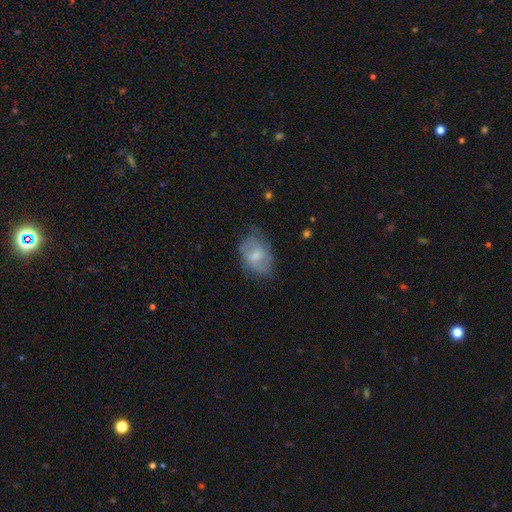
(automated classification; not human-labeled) A smooth galaxy with no disk features (59%) that is in between round and cigar-shaped (83%).

Vote fractions:
- Smooth or featured? smooth: 59% / featured or disk: 34% / star or artifact: 7%
- How rounded? in between: 83% / round: 16% / cigar-shaped: 1%
- Merging? none: 57% / minor disturbance: 28% / major disturbance: 13% / merger: 2%